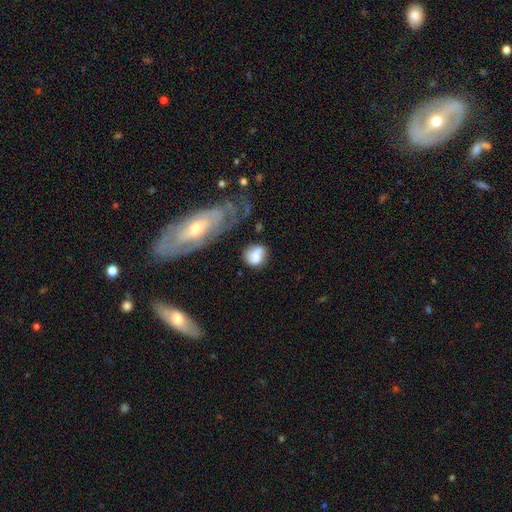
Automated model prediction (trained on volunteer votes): Morphology: type=smooth (66%); roundness=round (56%); merging=none (46%).